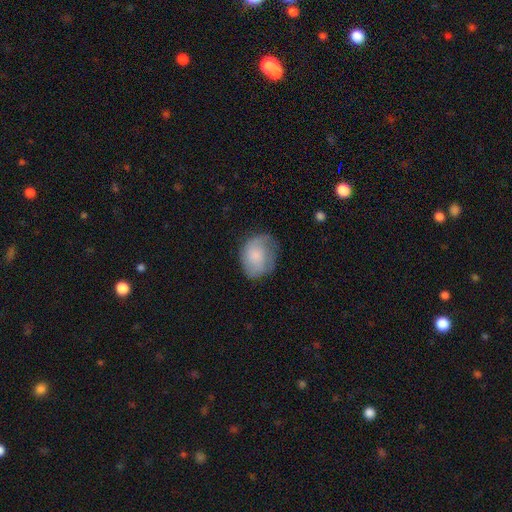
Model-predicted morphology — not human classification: A smooth galaxy with no disk features (61%) that is in between round and cigar-shaped (53%).

Vote fractions:
- Smooth or featured? smooth: 61% / featured or disk: 31% / star or artifact: 7%
- How rounded? in between: 53% / round: 46% / cigar-shaped: 1%
- Merging? none: 54% / minor disturbance: 30% / major disturbance: 14% / merger: 2%